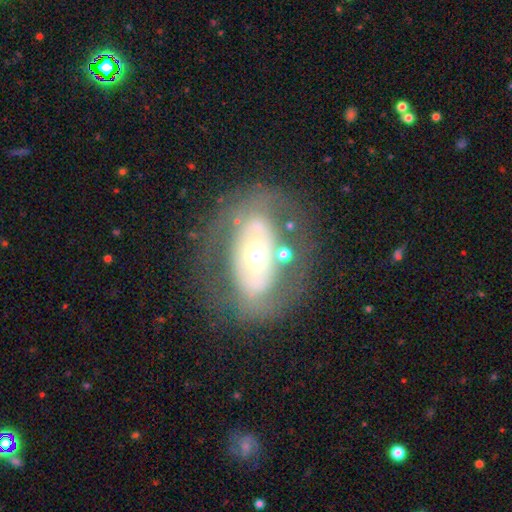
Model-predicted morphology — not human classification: Smooth or featured? featured or disk (65%)
Edge-on disk? no (93%)
Bar? no (68%)
Spiral arms? no (66%)
Bulge size? moderate (53%)
Merging? none (64%)